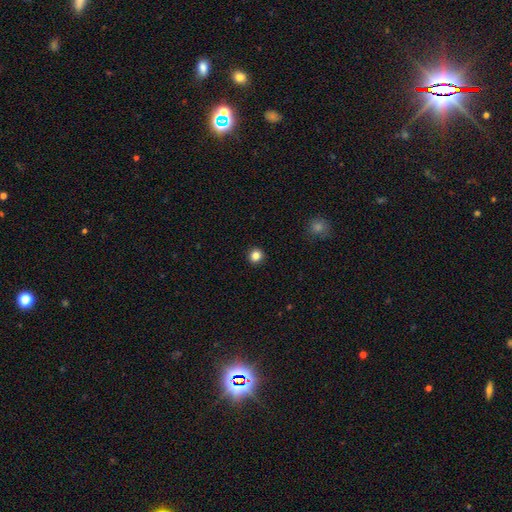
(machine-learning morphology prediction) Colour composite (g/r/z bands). It shows a smooth galaxy with no disk features (85%) that is round (93%). Merging: none (93%).